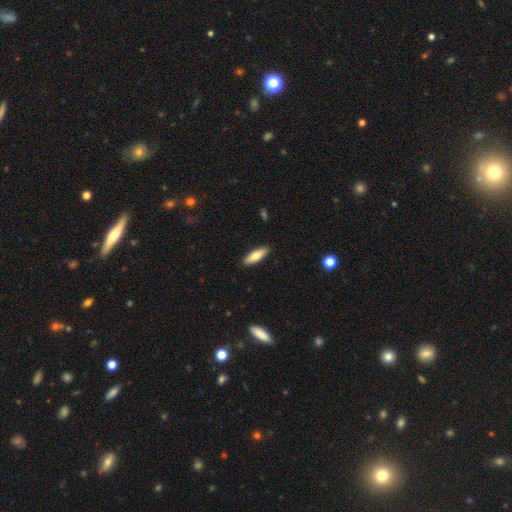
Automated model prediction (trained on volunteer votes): smooth 75%, featured or disk 19%, star or artifact 6%. Down the decision tree: how rounded — in between (52%); merging — none (90%).